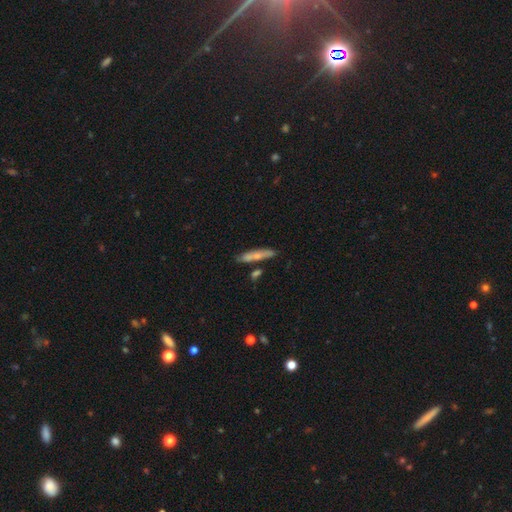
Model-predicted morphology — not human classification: Smooth or featured?
  - smooth: 63% *
  - featured or disk: 31%
  - star or artifact: 6%
How rounded?
  - cigar-shaped: 87% *
  - in between: 11%
  - round: 2%
Merging?
  - none: 75% *
  - minor disturbance: 14%
  - merger: 9%
  - major disturbance: 3%